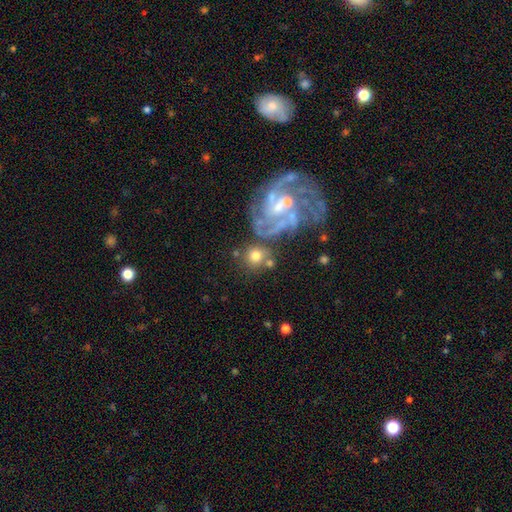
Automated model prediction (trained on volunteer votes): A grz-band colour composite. It shows a smooth galaxy with no disk features (62%) that is round (83%). Merging: none (60%).